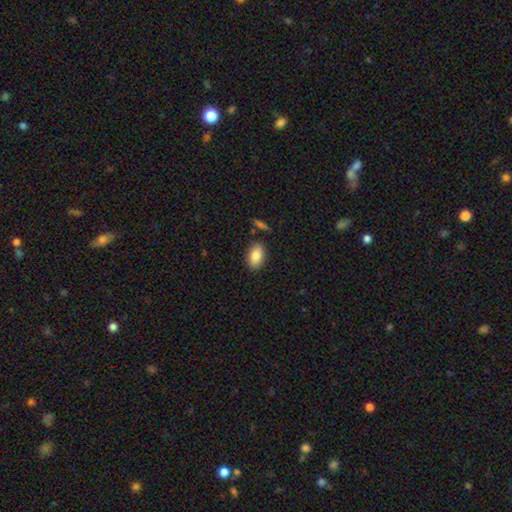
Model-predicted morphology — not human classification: Smooth or featured?
  - smooth: 85% *
  - featured or disk: 8%
  - star or artifact: 7%
How rounded?
  - in between: 91% *
  - round: 7%
  - cigar-shaped: 2%
Merging?
  - none: 84% *
  - minor disturbance: 10%
  - merger: 4%
  - major disturbance: 2%